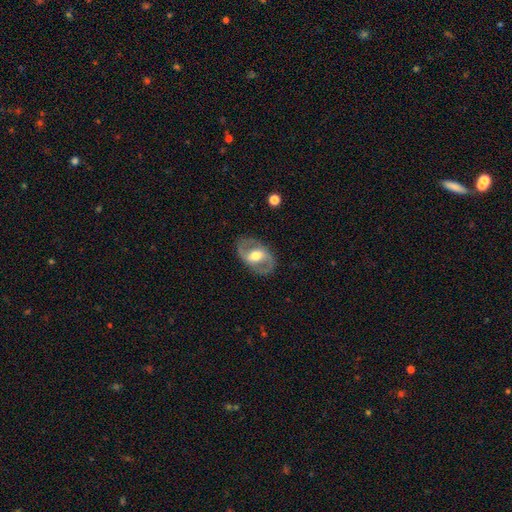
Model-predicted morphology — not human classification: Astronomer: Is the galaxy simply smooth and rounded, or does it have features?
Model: featured or disk — 75%.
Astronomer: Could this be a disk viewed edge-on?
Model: no — 94%.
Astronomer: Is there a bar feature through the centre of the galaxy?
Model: weak — 40% (runner-up: strong, 33%).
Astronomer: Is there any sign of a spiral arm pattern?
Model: yes — 71%.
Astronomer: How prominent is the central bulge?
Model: moderate — 67%.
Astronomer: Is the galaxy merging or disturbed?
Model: none — 82%.